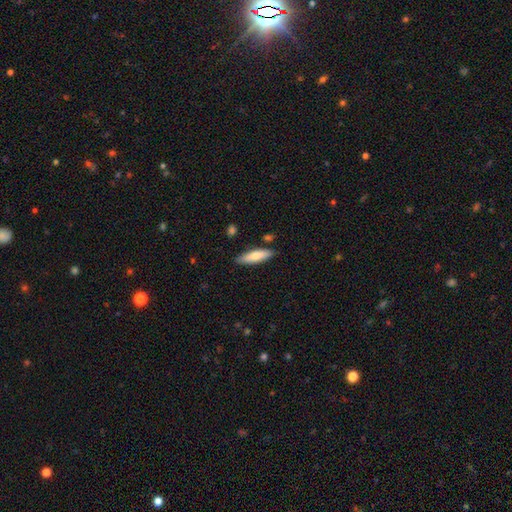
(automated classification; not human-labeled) Overall: smooth (73%). How rounded: cigar-shaped (62%; in between 37%). Merging: none (84%).